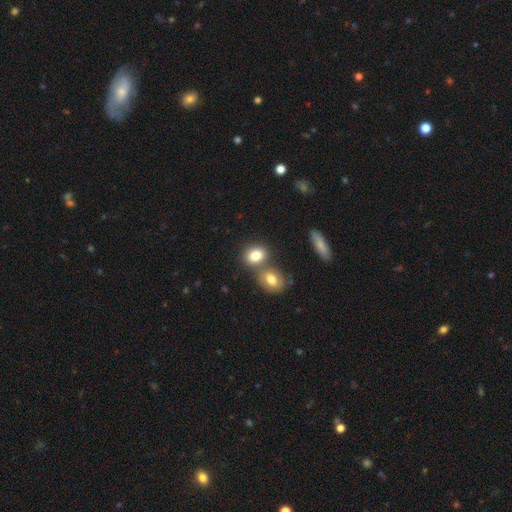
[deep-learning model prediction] smooth_or_featured: smooth (p=0.80) [alt: featured or disk p=0.10]
how_rounded: in between (p=0.58) [alt: round p=0.41]
merging: none (p=0.48) [alt: merger p=0.39]